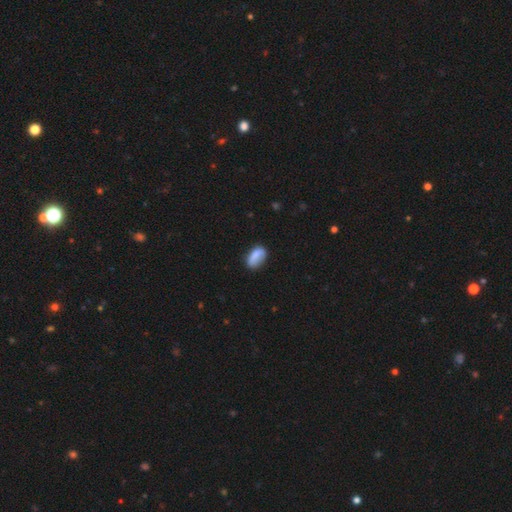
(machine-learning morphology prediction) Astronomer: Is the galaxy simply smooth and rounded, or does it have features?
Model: smooth — 80%.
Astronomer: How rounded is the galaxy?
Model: in between — 88%.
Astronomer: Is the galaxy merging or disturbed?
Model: none — 67%.